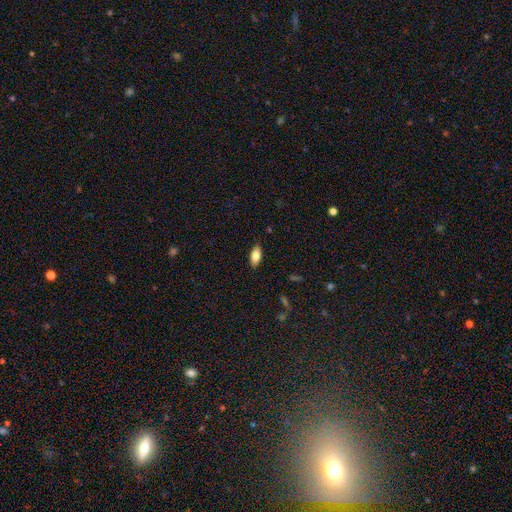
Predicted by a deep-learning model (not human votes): Q: Smooth or featured?
A: smooth (80%); runner-up: featured or disk (13%)
Q: How rounded?
A: in between (87%); runner-up: cigar-shaped (10%)
Q: Merging?
A: none (88%); runner-up: minor disturbance (9%)